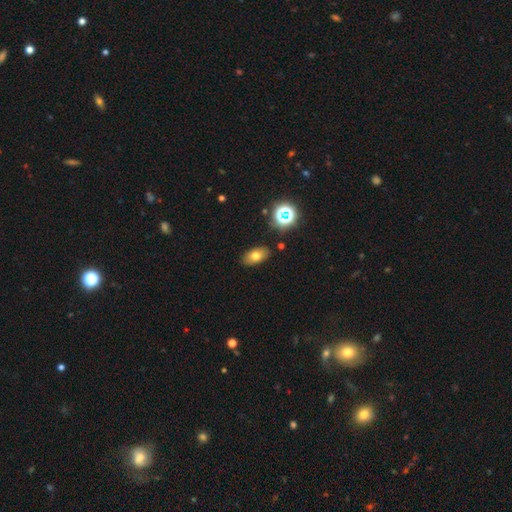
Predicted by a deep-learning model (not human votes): smooth_or_featured: smooth (p=0.71) [alt: featured or disk p=0.15]
how_rounded: in between (p=0.88) [alt: round p=0.10]
merging: none (p=0.85) [alt: minor disturbance p=0.10]